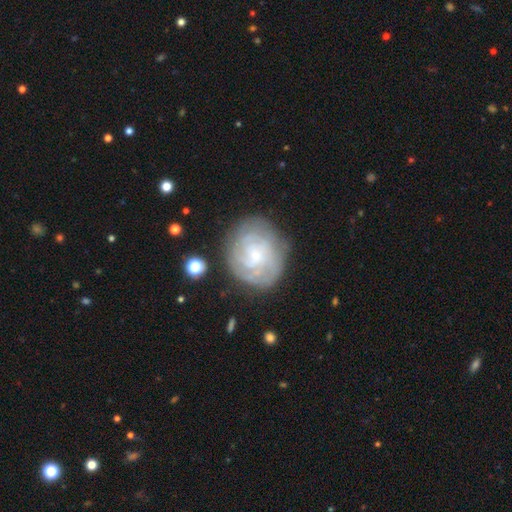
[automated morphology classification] Smooth or featured?
  - featured or disk: 73% *
  - smooth: 20%
  - star or artifact: 7%
Edge-on disk?
  - no: 98% *
  - yes: 2%
Bar?
  - no: 66% *
  - weak: 29%
  - strong: 5%
Spiral arms?
  - yes: 88% *
  - no: 12%
Spiral winding?
  - tight: 71% *
  - medium: 22%
  - loose: 7%
Spiral arm count?
  - can't tell: 48% *
  - 3: 15%
  - 2: 15%
  - 4: 11%
  - more than 4: 6%
  - 1: 5%
Bulge size?
  - small: 74% *
  - moderate: 16%
  - none: 7%
  - large: 2%
  - dominant: 1%
Merging?
  - none: 73% *
  - minor disturbance: 18%
  - major disturbance: 7%
  - merger: 2%